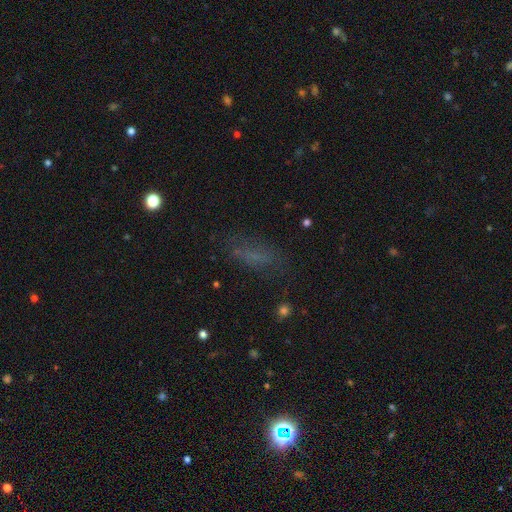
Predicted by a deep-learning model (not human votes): The model was most divided on "how rounded": in between: 61%, cigar-shaped: 34%, round: 5%. More confident: merging — none (62%); smooth or featured — smooth (58%).